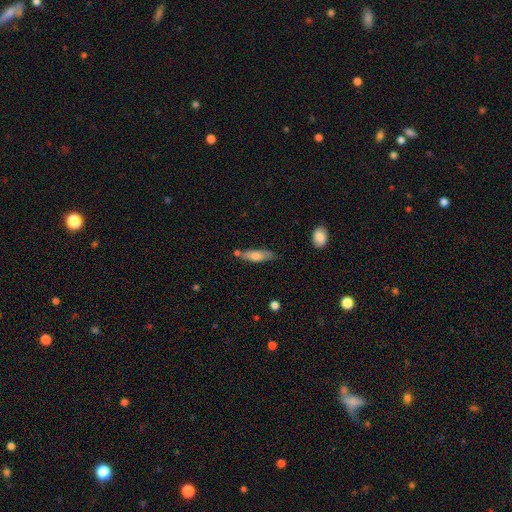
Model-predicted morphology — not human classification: Overall: smooth (71%). How rounded: cigar-shaped (52%; in between 46%). Merging: none (65%).